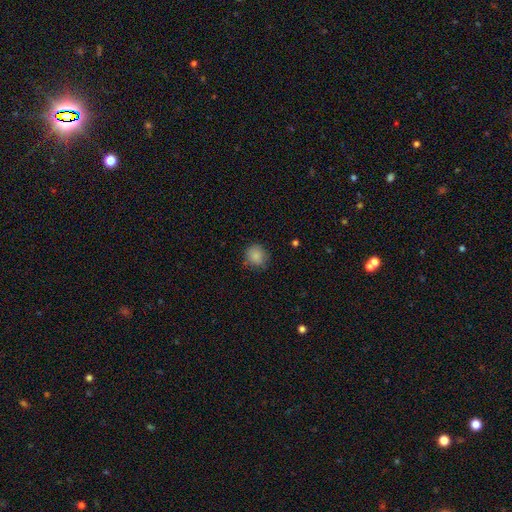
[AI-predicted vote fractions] Smooth or featured? smooth (86%)
How rounded? round (82%)
Merging? none (78%)